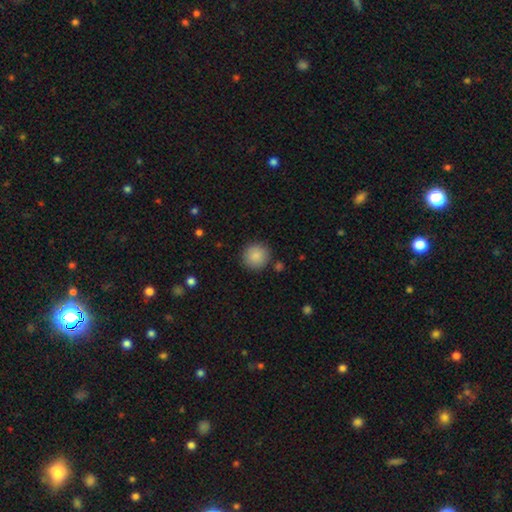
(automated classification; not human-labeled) smooth-or-featured: smooth: 88% | star or artifact: 8% | featured or disk: 5%
  how-rounded: round: 94% | in between: 5% | cigar-shaped: 1%
  merging: none: 88% | minor disturbance: 8% | major disturbance: 2% | merger: 2%